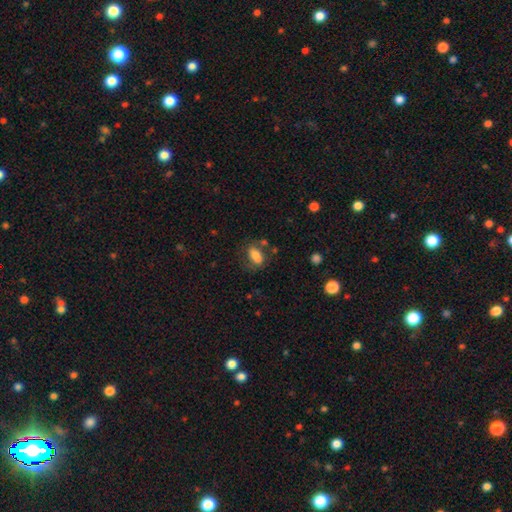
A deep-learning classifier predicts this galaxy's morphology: This appears to be a smooth galaxy with no disk features (72%) that is in between round and cigar-shaped (83%). Merging: none (53%).